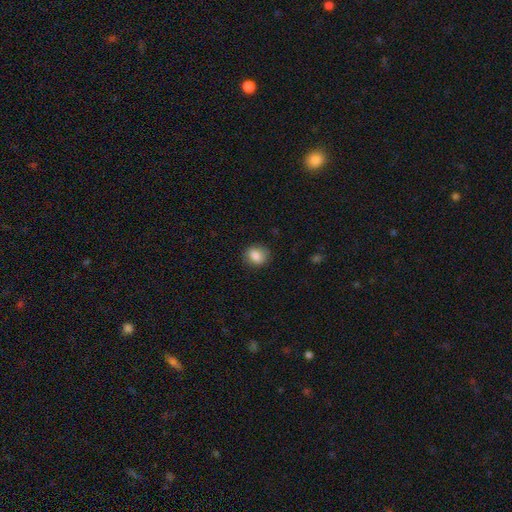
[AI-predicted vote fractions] This is clearly a smooth galaxy (86%). How rounded: possibly round (55%). Merging: clearly none (81%).